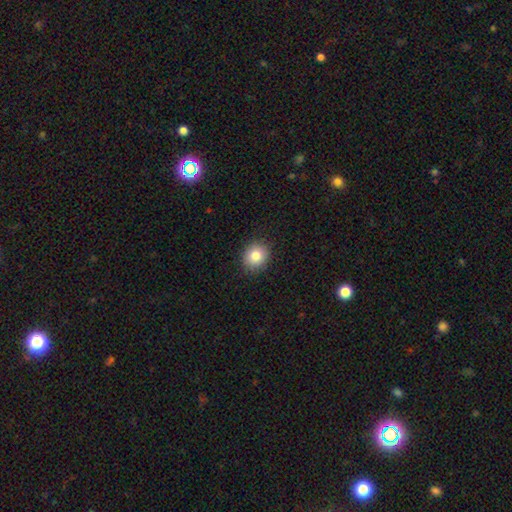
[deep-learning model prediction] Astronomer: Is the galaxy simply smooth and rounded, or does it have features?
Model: smooth — 83%.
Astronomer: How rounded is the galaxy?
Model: round — 74%.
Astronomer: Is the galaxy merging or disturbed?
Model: none — 89%.